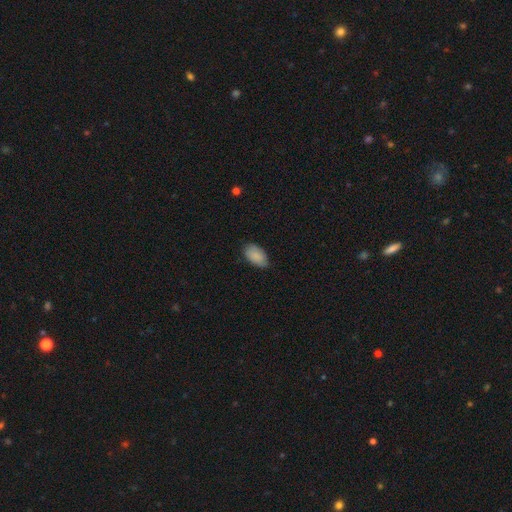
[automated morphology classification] Smooth or featured?
  - smooth: 87% *
  - star or artifact: 6%
  - featured or disk: 6%
How rounded?
  - in between: 94% *
  - round: 4%
  - cigar-shaped: 2%
Merging?
  - none: 76% *
  - minor disturbance: 20%
  - major disturbance: 3%
  - merger: 1%